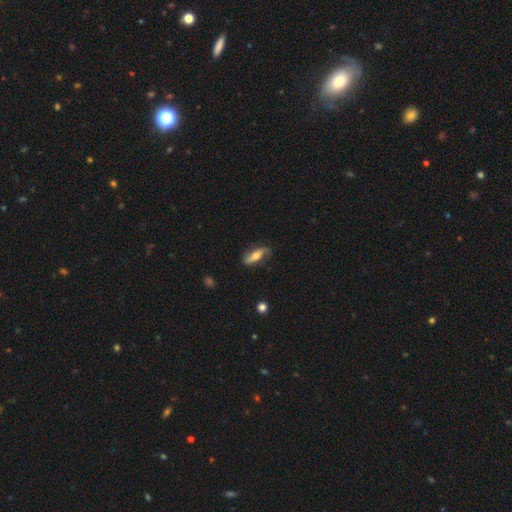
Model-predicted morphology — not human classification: Smooth or featured? Predicted: featured or disk (p=0.51). Edge-on disk? Predicted: no (p=0.64). Merging? Predicted: none (p=0.74).